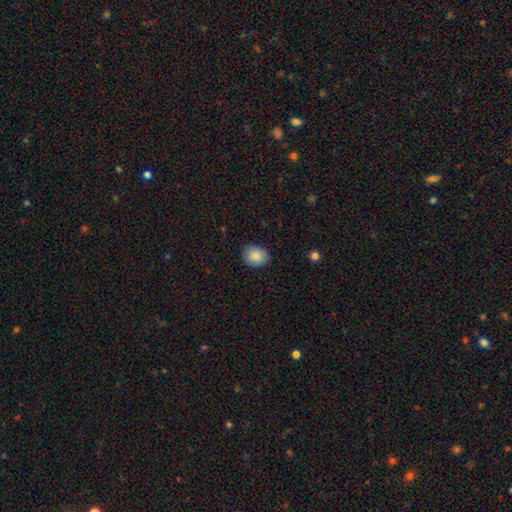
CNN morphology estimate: smooth_or_featured: smooth (p=0.85) [alt: star or artifact p=0.08]
how_rounded: round (p=0.58) [alt: in between p=0.42]
merging: none (p=0.84) [alt: minor disturbance p=0.13]